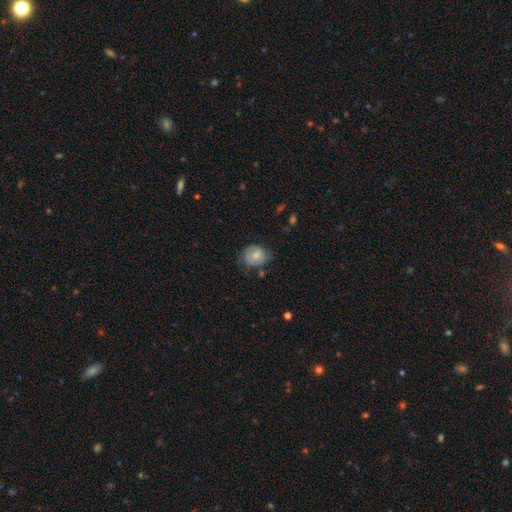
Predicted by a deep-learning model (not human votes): Morphology: type=smooth (70%); roundness=round (67%); merging=none (59%).